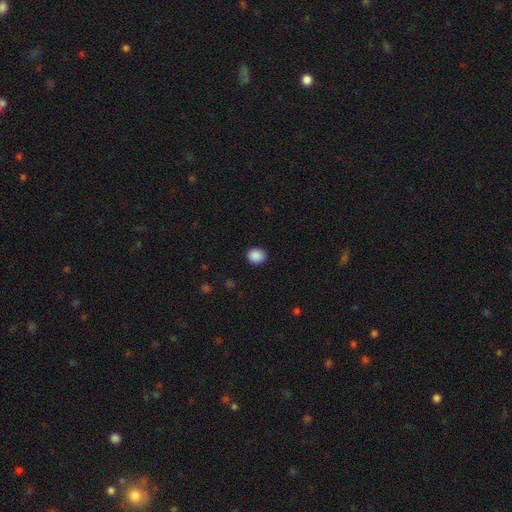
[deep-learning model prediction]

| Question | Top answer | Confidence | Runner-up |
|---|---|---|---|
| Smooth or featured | smooth | 89% | star or artifact (9%) |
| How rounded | round | 69% | in between (31%) |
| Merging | none | 89% | minor disturbance (7%) |